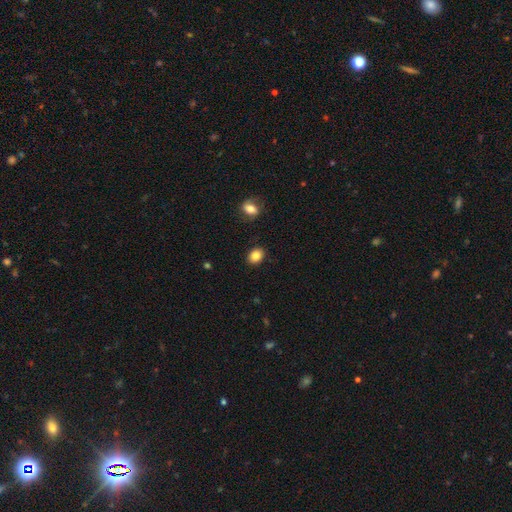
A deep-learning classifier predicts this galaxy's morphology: This appears to be a smooth galaxy with no disk features (85%) that is in between round and cigar-shaped (60%). Merging: none (88%).